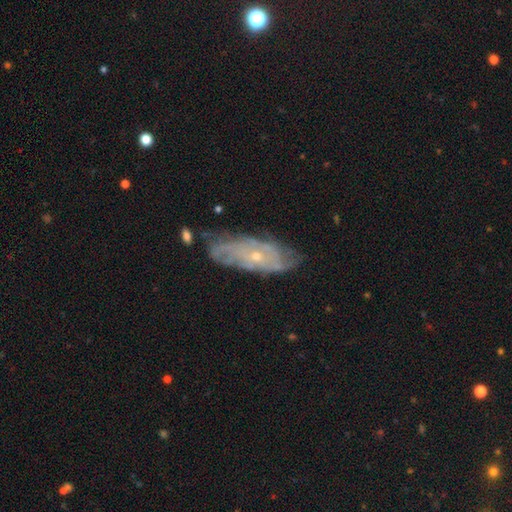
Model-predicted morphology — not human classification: Smooth or featured? Predicted: featured or disk (p=0.78). Edge-on disk? Predicted: no (p=0.87). Bar? Predicted: no (p=0.80). Spiral arms? Predicted: yes (p=0.86). Spiral winding? Predicted: tight (p=0.63). Spiral arm count? Predicted: can't tell (p=0.53). Bulge size? Predicted: small (p=0.73). Merging? Predicted: none (p=0.68).